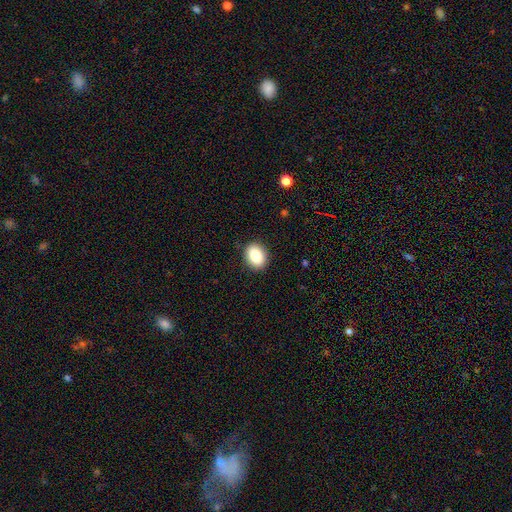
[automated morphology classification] smooth-or-featured: smooth: 87% | star or artifact: 8% | featured or disk: 5%
  how-rounded: in between: 64% | round: 35% | cigar-shaped: 1%
  merging: none: 89% | minor disturbance: 8% | major disturbance: 2% | merger: 1%